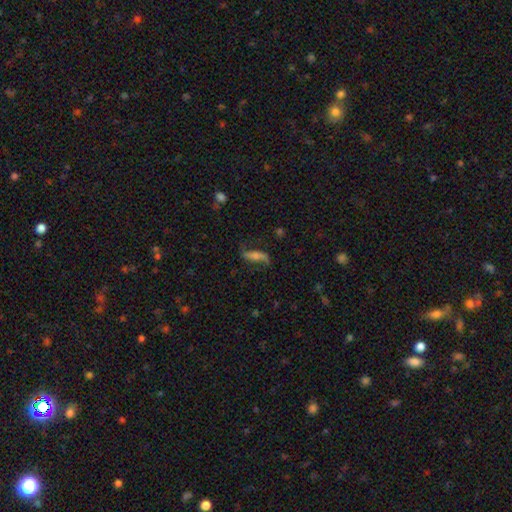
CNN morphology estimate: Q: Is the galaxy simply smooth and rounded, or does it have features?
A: featured or disk — 66%.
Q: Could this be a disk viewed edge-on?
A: no — 82%.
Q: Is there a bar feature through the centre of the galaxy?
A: no — 42%.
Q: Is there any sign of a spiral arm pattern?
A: yes — 90%.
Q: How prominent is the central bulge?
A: small — 47%.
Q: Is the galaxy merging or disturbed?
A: none — 69%.